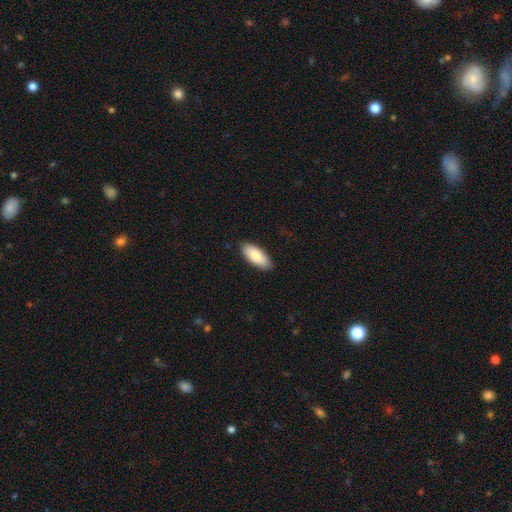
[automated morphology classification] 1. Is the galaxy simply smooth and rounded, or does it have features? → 85% smooth, 10% featured or disk, 6% star or artifact.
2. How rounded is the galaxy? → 87% in between, 11% cigar-shaped, 2% round.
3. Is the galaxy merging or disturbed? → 88% none, 9% minor disturbance, 2% major disturbance, 1% merger.